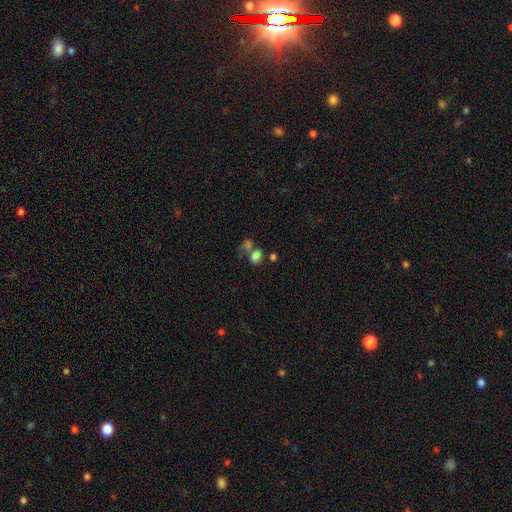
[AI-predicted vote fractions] This appears to be a smooth galaxy with no disk features (77%) that is in between round and cigar-shaped (77%). Merging: merger (45%).